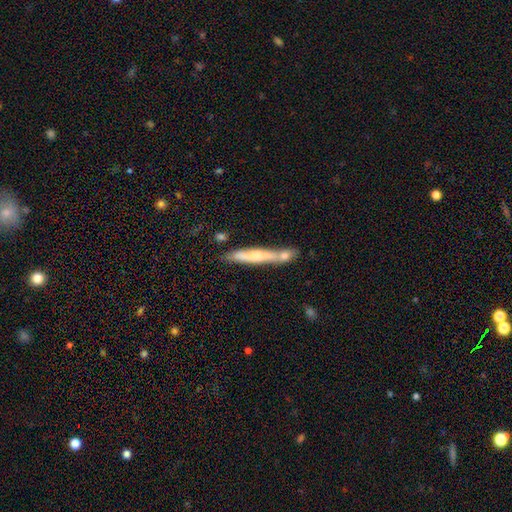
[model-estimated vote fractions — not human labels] Q: Smooth or featured?
A: smooth (47%); tied with: featured or disk (47%)
Q: Merging?
A: none (52%); runner-up: merger (29%)